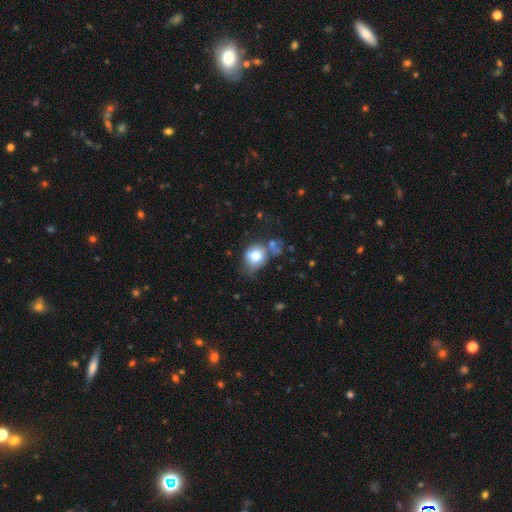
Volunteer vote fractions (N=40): smooth-or-featured: smooth: 75% | featured or disk: 18% | star or artifact: 8%
  how-rounded: round: 63% | in between: 37% | cigar-shaped: 0%
  merging: minor disturbance: 41% | none: 22% | merger: 22% | major disturbance: 16%